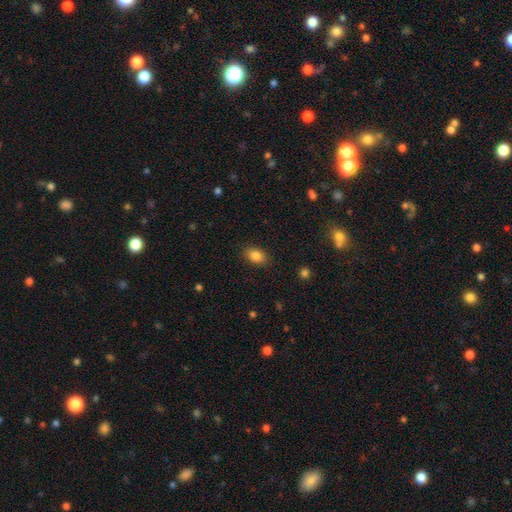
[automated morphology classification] Q: Smooth or featured?
A: smooth (85%); runner-up: star or artifact (9%)
Q: How rounded?
A: in between (85%); runner-up: round (13%)
Q: Merging?
A: none (86%); runner-up: minor disturbance (10%)